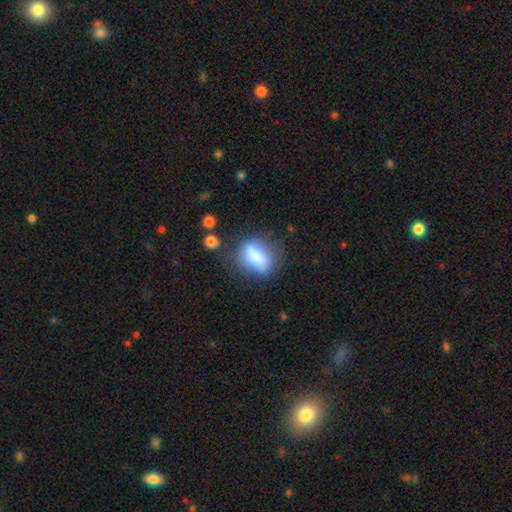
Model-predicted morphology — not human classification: Smooth or featured?
  - smooth: 64% *
  - featured or disk: 27%
  - star or artifact: 9%
How rounded?
  - in between: 65% *
  - round: 28%
  - cigar-shaped: 6%
Merging?
  - none: 50% *
  - minor disturbance: 24%
  - major disturbance: 14%
  - merger: 12%